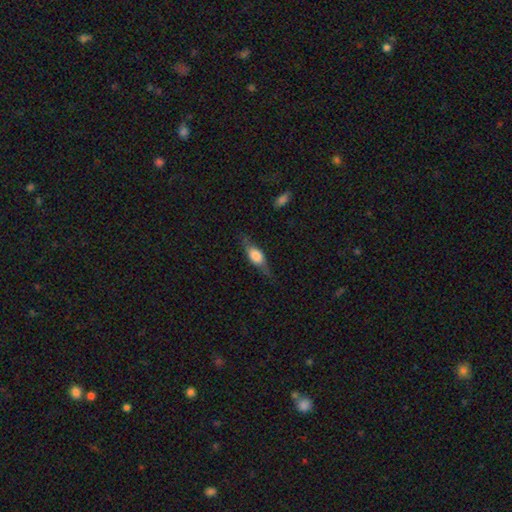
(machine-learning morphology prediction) A smooth galaxy with no disk features (51%) that is in between round and cigar-shaped (63%). Merging: none (71%).